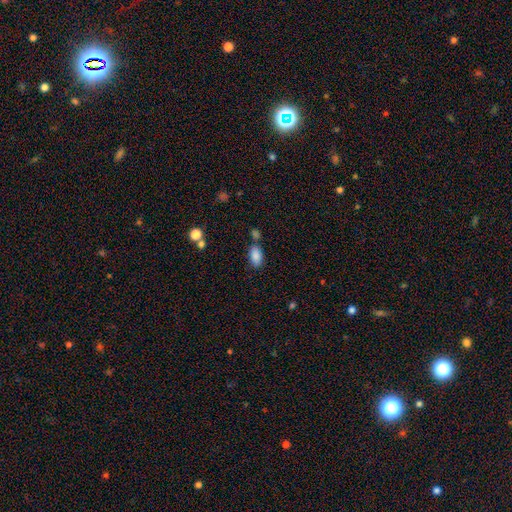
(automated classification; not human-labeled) Smooth or featured? smooth (87%)
How rounded? in between (93%)
Merging? none (67%)